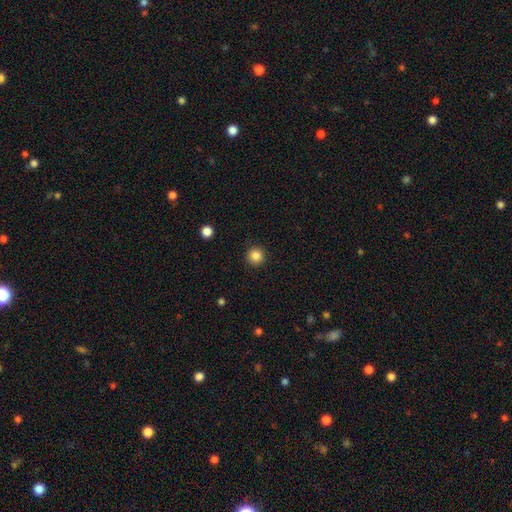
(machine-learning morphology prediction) Smooth or featured? smooth (85%)
How rounded? round (95%)
Merging? none (92%)